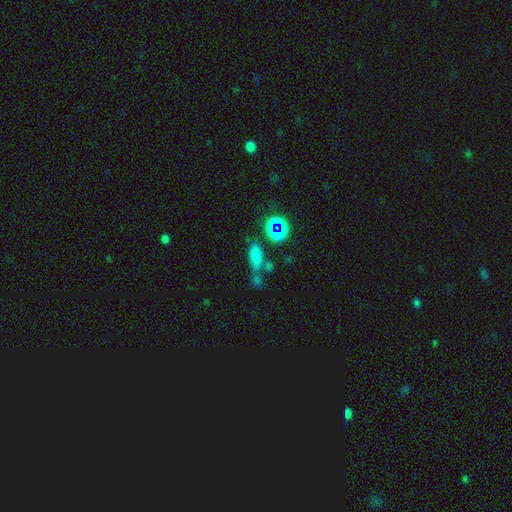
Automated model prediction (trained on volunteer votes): The model was most divided on "merging": none: 50%, merger: 25%, minor disturbance: 16%, major disturbance: 9%. More confident: smooth or featured — smooth (66%); how rounded — in between (61%).